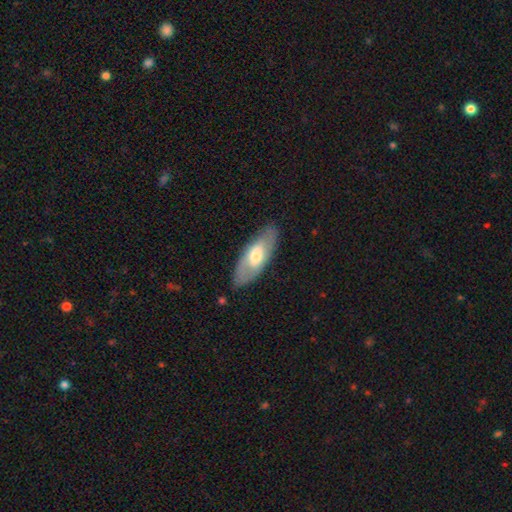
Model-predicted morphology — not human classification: Smooth or featured? smooth (52%)
How rounded? in between (76%)
Merging? none (82%)